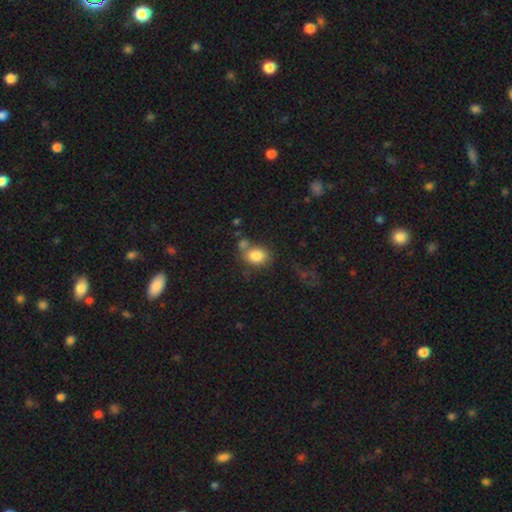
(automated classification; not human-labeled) Smooth or featured: smooth — 82% (star or artifact — 9%)
How rounded: in between — 61% (round — 38%)
Merging: none — 52% (merger — 24%)